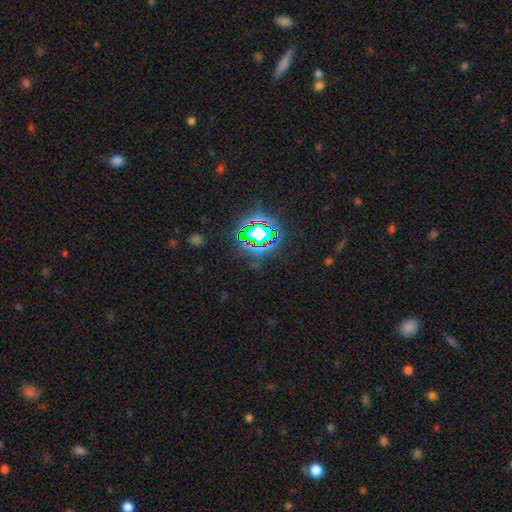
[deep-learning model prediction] smooth_or_featured: star or artifact (p=0.80) [alt: smooth p=0.12]